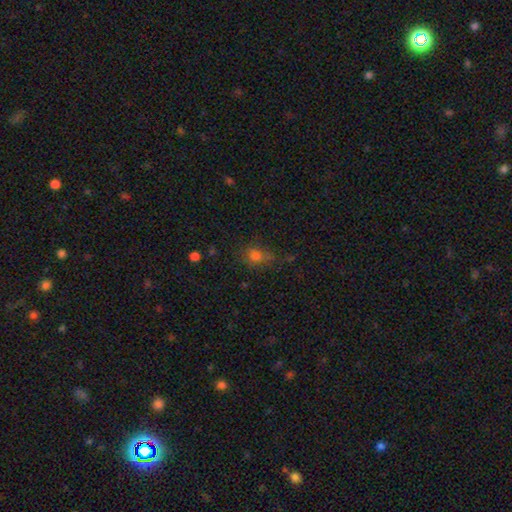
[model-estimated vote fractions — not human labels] smooth 72%, star or artifact 18%, featured or disk 9%. Down the decision tree: how rounded — round (52%); merging — none (53%).